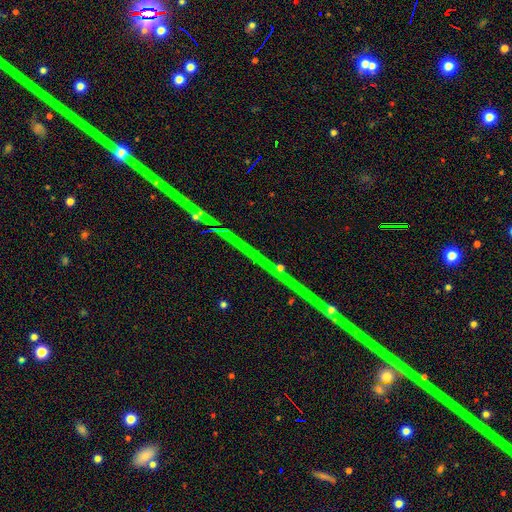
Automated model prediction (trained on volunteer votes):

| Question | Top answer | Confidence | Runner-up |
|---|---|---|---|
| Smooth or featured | star or artifact | 83% | featured or disk (10%) |